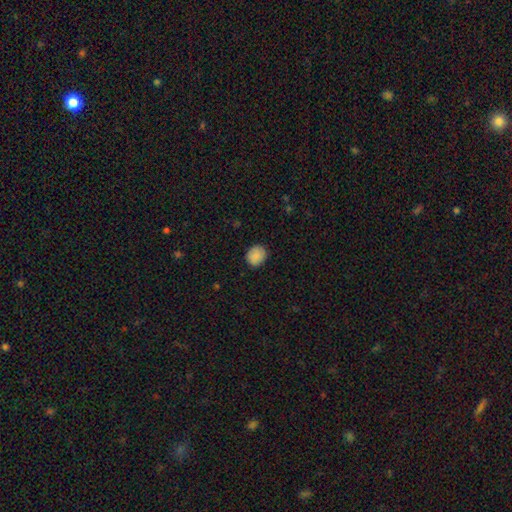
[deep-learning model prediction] Smooth or featured? Predicted: smooth (p=0.88). How rounded? Predicted: round (p=0.76). Merging? Predicted: none (p=0.86).